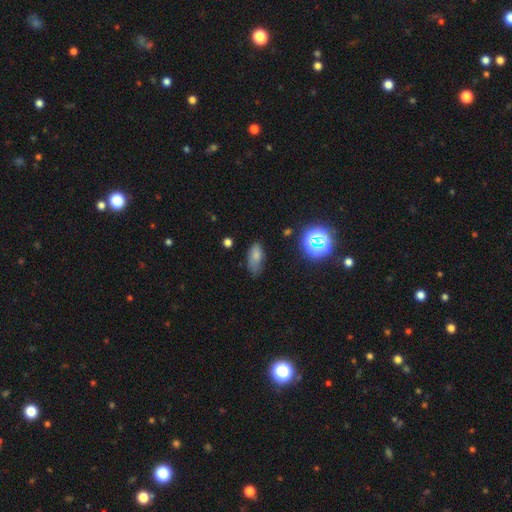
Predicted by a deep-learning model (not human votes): Smooth or featured?
  - smooth: 74% *
  - star or artifact: 15%
  - featured or disk: 11%
How rounded?
  - in between: 86% *
  - cigar-shaped: 8%
  - round: 6%
Merging?
  - none: 53% *
  - minor disturbance: 33%
  - major disturbance: 11%
  - merger: 3%